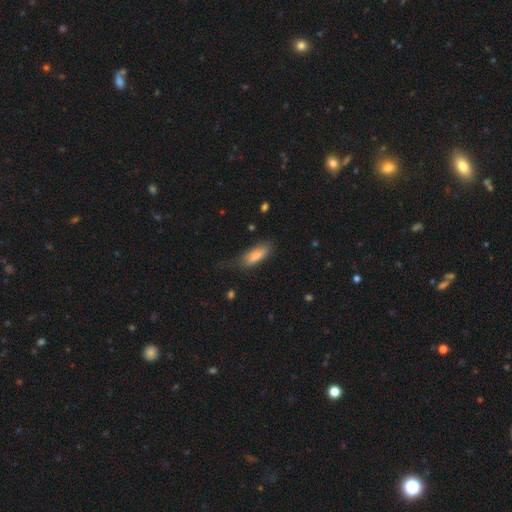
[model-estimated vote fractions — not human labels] A smooth galaxy with no disk features (78%) that is in between round and cigar-shaped (65%).

Vote fractions:
- Smooth or featured? smooth: 78% / featured or disk: 16% / star or artifact: 6%
- How rounded? in between: 65% / cigar-shaped: 33% / round: 2%
- Merging? none: 59% / minor disturbance: 29% / major disturbance: 11% / merger: 2%